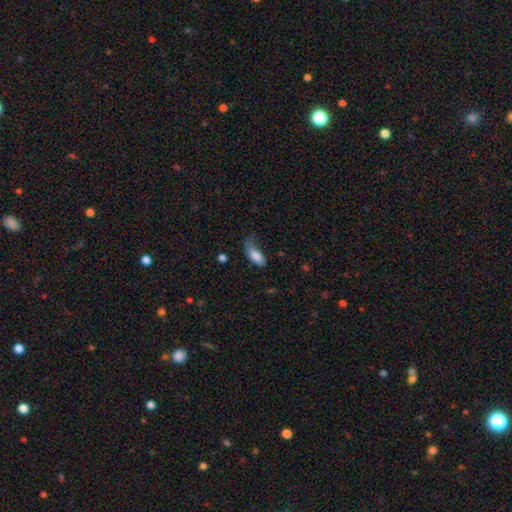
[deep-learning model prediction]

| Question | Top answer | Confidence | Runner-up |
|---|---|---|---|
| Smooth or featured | smooth | 81% | featured or disk (12%) |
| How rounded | in between | 86% | cigar-shaped (11%) |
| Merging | minor disturbance | 34% | major disturbance (33%) |